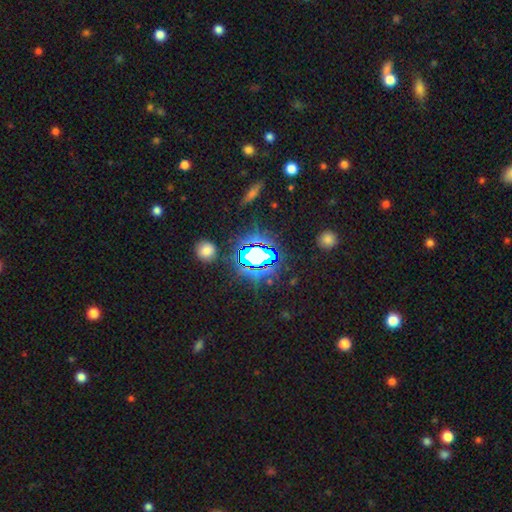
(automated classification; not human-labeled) This appears to be a star or artifact, not a galaxy (71%).